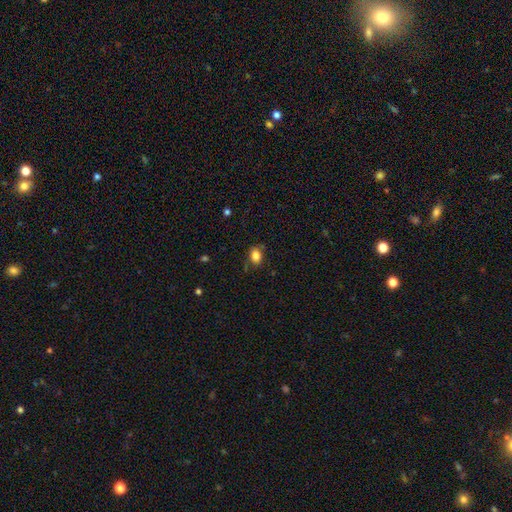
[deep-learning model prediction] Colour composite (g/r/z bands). It shows a smooth galaxy with no disk features (83%) that is in between round and cigar-shaped (73%). Merging: none (74%).